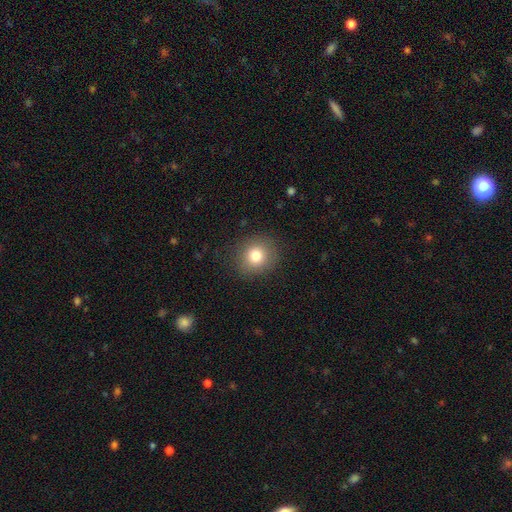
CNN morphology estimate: smooth 80%, star or artifact 11%, featured or disk 9%. Down the decision tree: how rounded — round (86%); merging — none (88%).